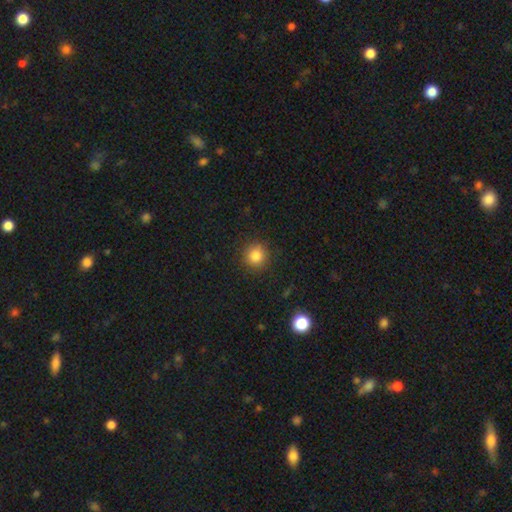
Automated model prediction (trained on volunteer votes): This is clearly a smooth galaxy (84%). How rounded: clearly round (92%). Merging: clearly none (89%).